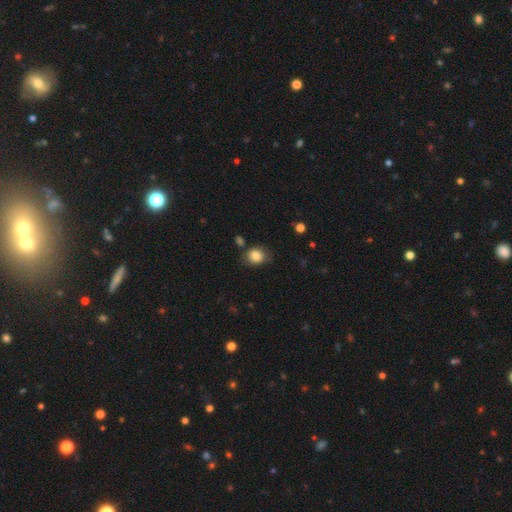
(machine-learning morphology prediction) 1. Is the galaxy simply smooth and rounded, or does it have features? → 83% smooth, 9% star or artifact, 8% featured or disk.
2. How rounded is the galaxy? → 53% round, 46% in between, 1% cigar-shaped.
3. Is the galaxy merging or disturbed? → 68% none, 22% minor disturbance, 6% major disturbance, 4% merger.